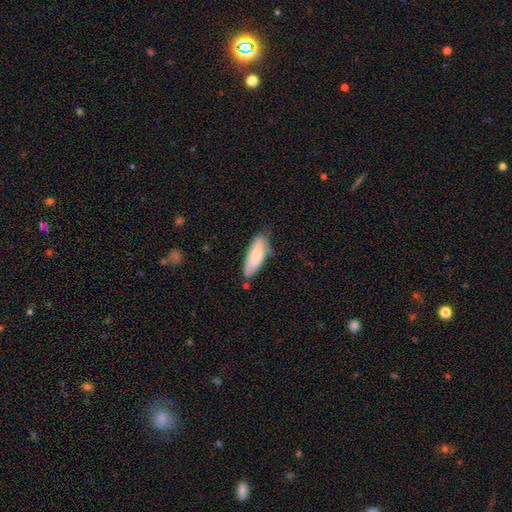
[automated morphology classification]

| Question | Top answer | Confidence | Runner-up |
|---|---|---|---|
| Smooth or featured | smooth | 73% | featured or disk (21%) |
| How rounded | in between | 69% | cigar-shaped (30%) |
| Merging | none | 55% | minor disturbance (32%) |